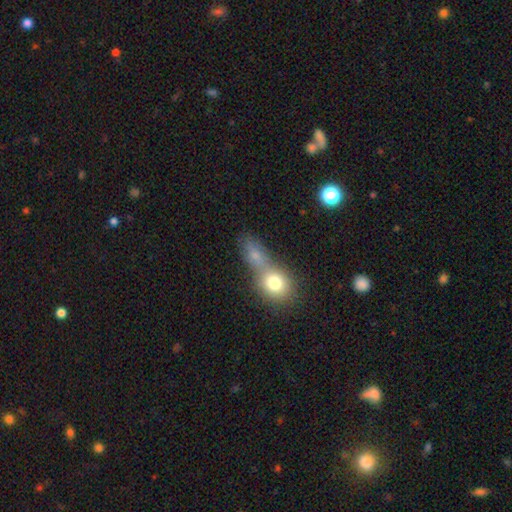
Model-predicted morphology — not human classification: smooth_or_featured: smooth (p=0.72) [alt: featured or disk p=0.15]
how_rounded: in between (p=0.49) [alt: round p=0.41]
merging: merger (p=0.61) [alt: none p=0.27]